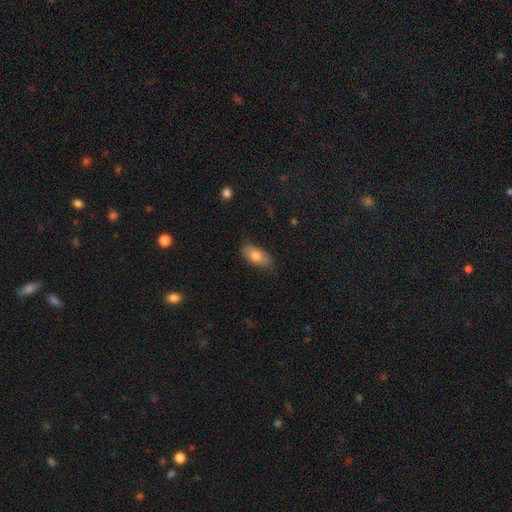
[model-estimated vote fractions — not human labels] Morphology: type=smooth (76%); roundness=in between (90%); merging=none (71%).